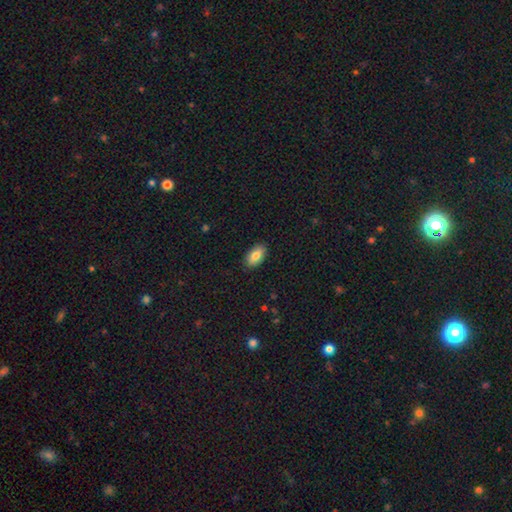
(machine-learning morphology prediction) This appears to be a smooth galaxy with no disk features (82%) that is in between round and cigar-shaped (93%). Merging: none (89%).